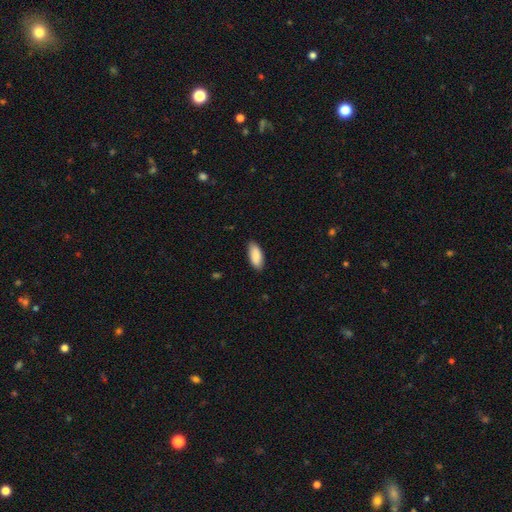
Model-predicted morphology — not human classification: A smooth galaxy with no disk features (88%) that is in between round and cigar-shaped (86%).

Vote fractions:
- Smooth or featured? smooth: 88% / featured or disk: 6% / star or artifact: 6%
- How rounded? in between: 86% / cigar-shaped: 12% / round: 2%
- Merging? none: 86% / minor disturbance: 11% / major disturbance: 2% / merger: 1%